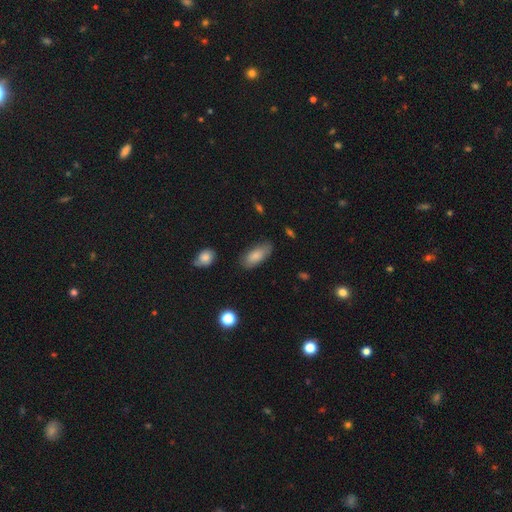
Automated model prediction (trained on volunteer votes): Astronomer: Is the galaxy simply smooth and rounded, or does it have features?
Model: smooth — 82%.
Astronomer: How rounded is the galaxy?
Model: in between — 84%.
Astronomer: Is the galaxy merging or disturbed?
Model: none — 77%.